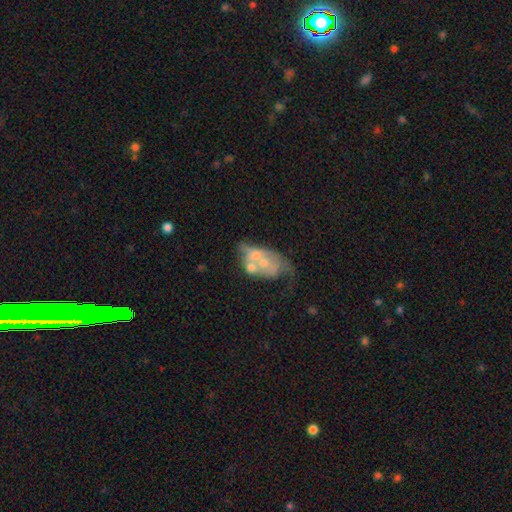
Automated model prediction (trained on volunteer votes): Smooth or featured? featured or disk (52%)
Edge-on disk? no (93%)
Merging? none (40%)